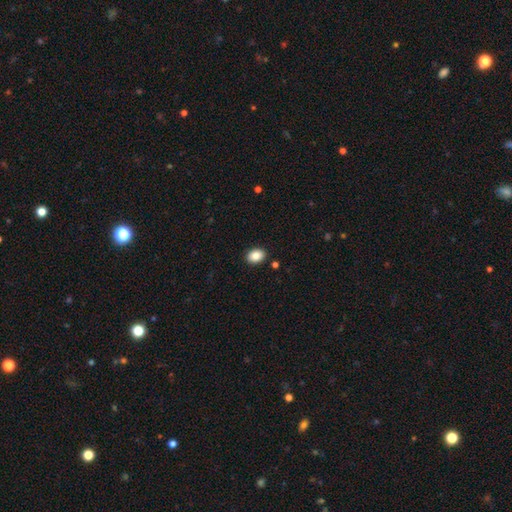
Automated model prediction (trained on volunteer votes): smooth_or_featured: smooth (p=0.87) [alt: star or artifact p=0.08]
how_rounded: in between (p=0.72) [alt: round p=0.27]
merging: none (p=0.90) [alt: minor disturbance p=0.07]